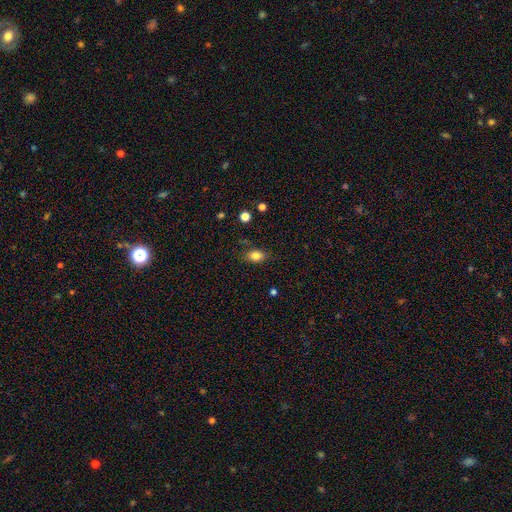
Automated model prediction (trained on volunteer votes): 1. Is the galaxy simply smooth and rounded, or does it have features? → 83% smooth, 10% star or artifact, 8% featured or disk.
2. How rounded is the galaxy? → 80% in between, 17% round, 3% cigar-shaped.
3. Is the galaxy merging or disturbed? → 80% none, 15% minor disturbance, 3% major disturbance, 2% merger.